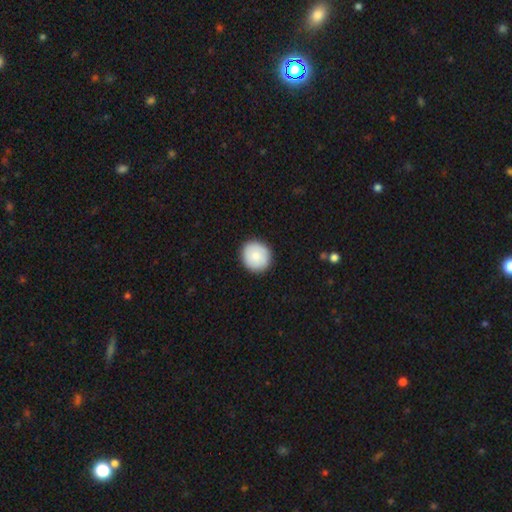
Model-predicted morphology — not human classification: Smooth or featured? smooth (84%)
How rounded? round (88%)
Merging? none (90%)